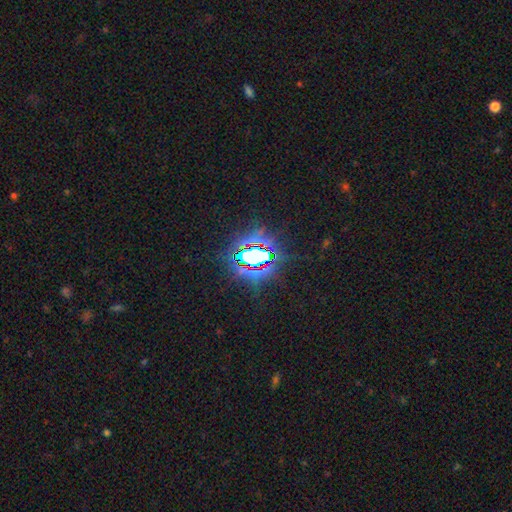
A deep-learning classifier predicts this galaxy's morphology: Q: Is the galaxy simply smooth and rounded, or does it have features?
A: star or artifact — 74%.